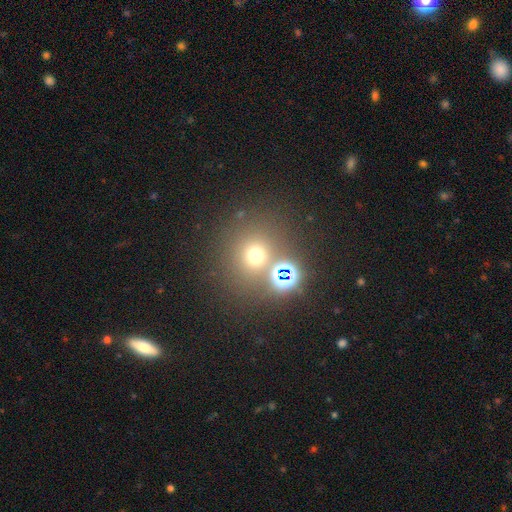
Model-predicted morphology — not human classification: A smooth galaxy with no disk features (64%) that is round (88%). Merging: none (73%).